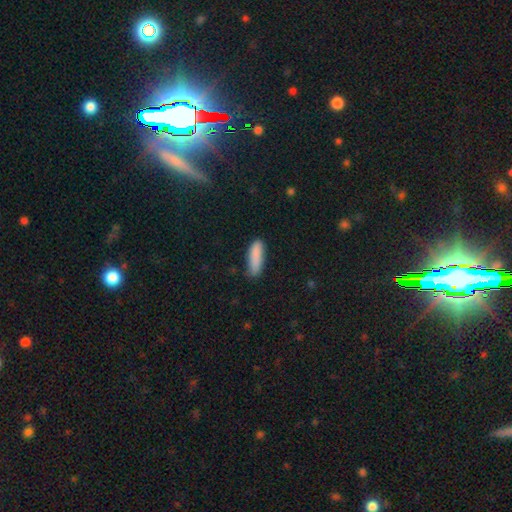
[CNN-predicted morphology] Overall: smooth (88%). How rounded: cigar-shaped (53%; in between 46%). Merging: none (76%).